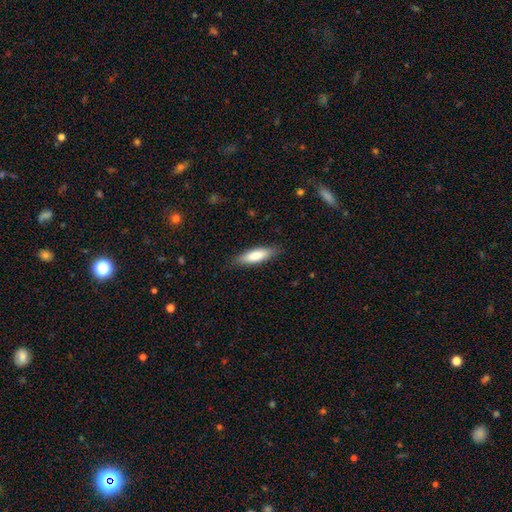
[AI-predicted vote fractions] smooth_or_featured: smooth (p=0.81) [alt: featured or disk p=0.14]
how_rounded: cigar-shaped (p=0.56) [alt: in between p=0.42]
merging: none (p=0.86) [alt: minor disturbance p=0.11]